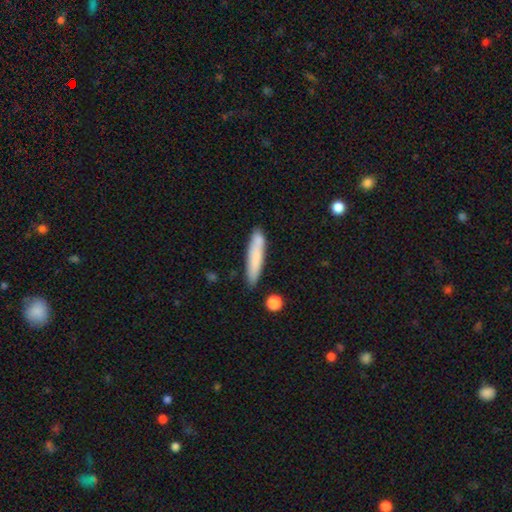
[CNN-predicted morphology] Smooth or featured?
  - smooth: 78% *
  - featured or disk: 15%
  - star or artifact: 7%
How rounded?
  - cigar-shaped: 88% *
  - in between: 11%
  - round: 1%
Merging?
  - none: 80% *
  - minor disturbance: 14%
  - merger: 4%
  - major disturbance: 3%